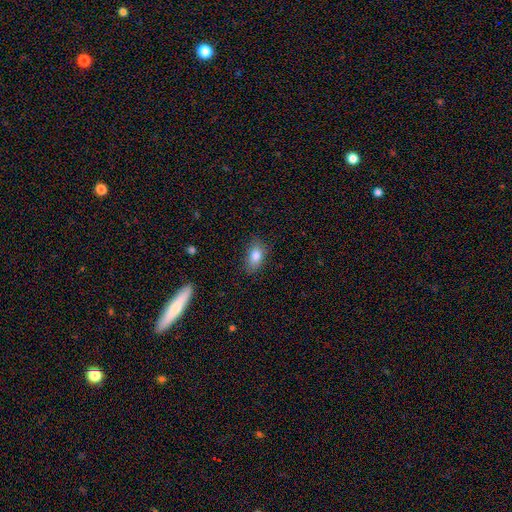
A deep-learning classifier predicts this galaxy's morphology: A smooth galaxy with no disk features (83%) that is in between round and cigar-shaped (88%). Merging: none (80%).